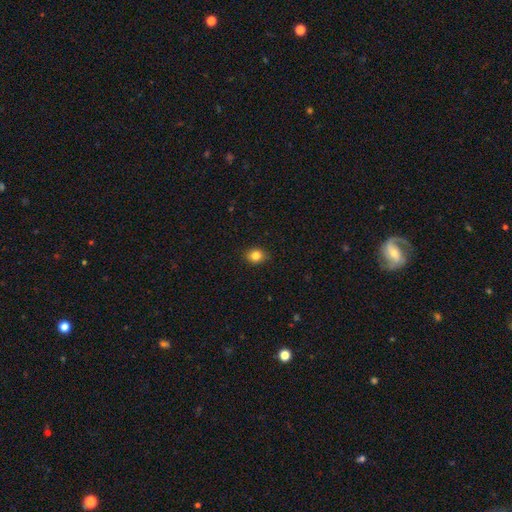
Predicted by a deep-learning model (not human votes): Q: Smooth or featured?
A: smooth (83%); runner-up: star or artifact (11%)
Q: How rounded?
A: round (59%); runner-up: in between (40%)
Q: Merging?
A: none (88%); runner-up: minor disturbance (9%)